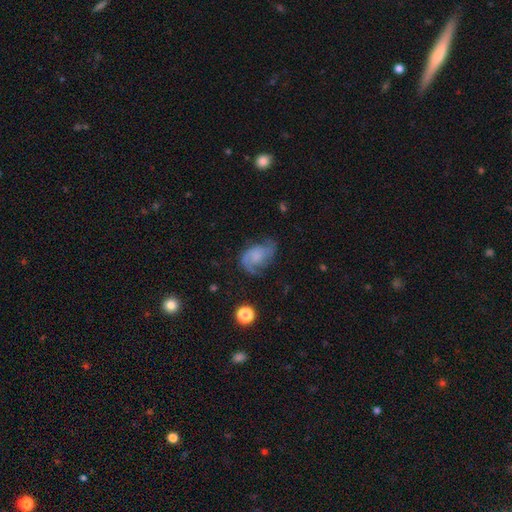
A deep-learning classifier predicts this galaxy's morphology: Overall: featured or disk (68%). Edge-on disk: no (97%). Bar: no (66%; weak 29%). Spiral arms: yes (92%). Spiral arm count: 2 (70%). Spiral winding: medium (44%; loose 36%). Bulge size: none (43%; small 31%). Merging: none (55%; minor disturbance 25%).